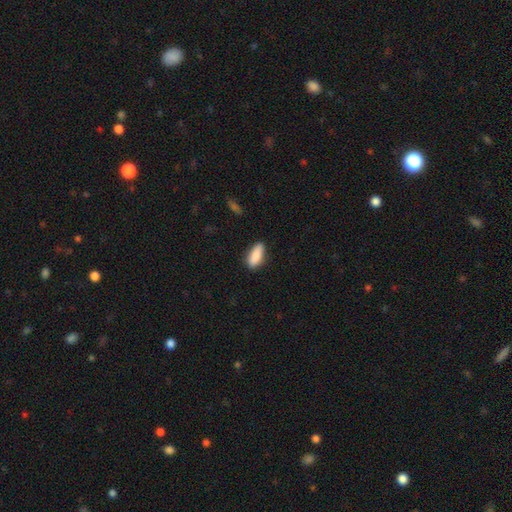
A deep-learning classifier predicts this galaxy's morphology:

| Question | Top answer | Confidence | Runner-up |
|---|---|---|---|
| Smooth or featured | smooth | 87% | star or artifact (6%) |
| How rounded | in between | 76% | cigar-shaped (22%) |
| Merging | none | 83% | minor disturbance (13%) |